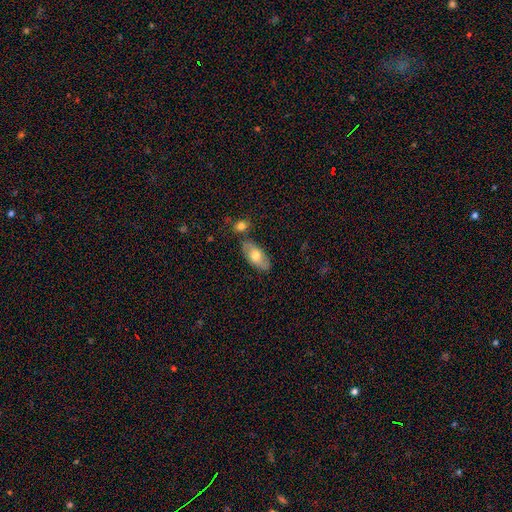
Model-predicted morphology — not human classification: smooth-or-featured: smooth: 67% | featured or disk: 27% | star or artifact: 6%
  how-rounded: in between: 89% | cigar-shaped: 8% | round: 3%
  merging: none: 76% | minor disturbance: 13% | merger: 8% | major disturbance: 3%